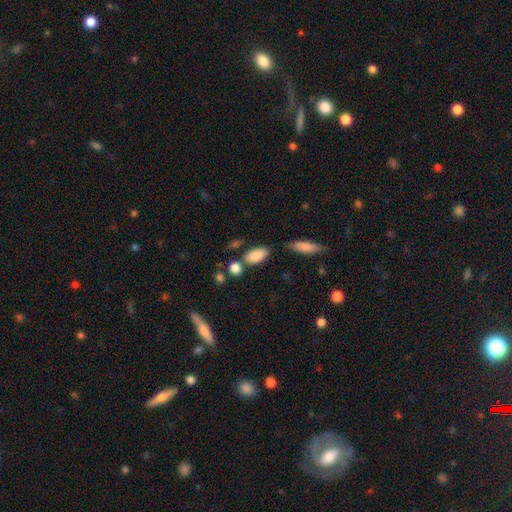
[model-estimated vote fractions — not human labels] Overall: smooth (86%). How rounded: in between (90%). Merging: none (66%).